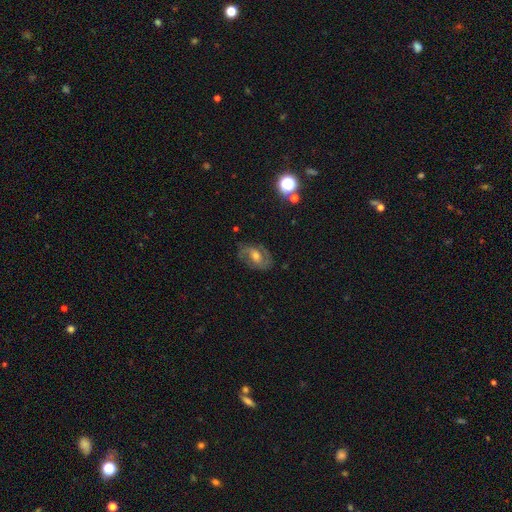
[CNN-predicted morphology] Smooth or featured? Predicted: featured or disk (p=0.73). Edge-on disk? Predicted: no (p=0.96). Bar? Predicted: weak (p=0.43, tied with no). Spiral arms? Predicted: yes (p=0.89). Spiral winding? Predicted: medium (p=0.50). Spiral arm count? Predicted: 2 (p=0.82). Bulge size? Predicted: moderate (p=0.67). Merging? Predicted: none (p=0.75).